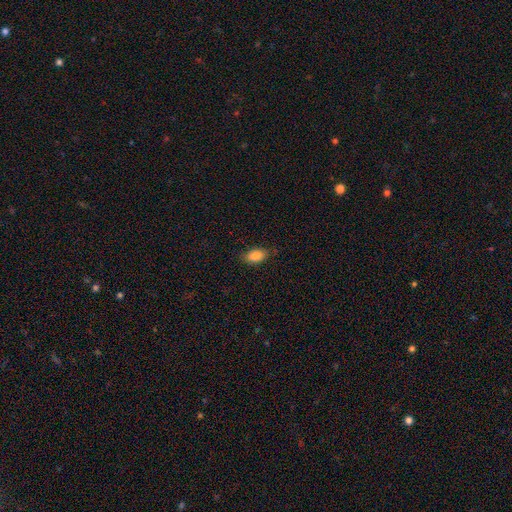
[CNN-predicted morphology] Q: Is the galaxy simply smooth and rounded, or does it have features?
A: smooth — 86%.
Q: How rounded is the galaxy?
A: in between — 90%.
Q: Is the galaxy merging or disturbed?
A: none — 82%.